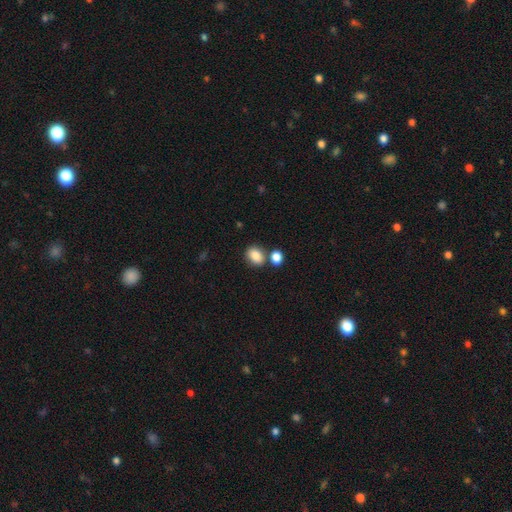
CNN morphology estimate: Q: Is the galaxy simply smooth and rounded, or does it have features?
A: smooth — 85%.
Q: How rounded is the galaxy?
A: in between — 60%.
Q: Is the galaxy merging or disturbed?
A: none — 64%.